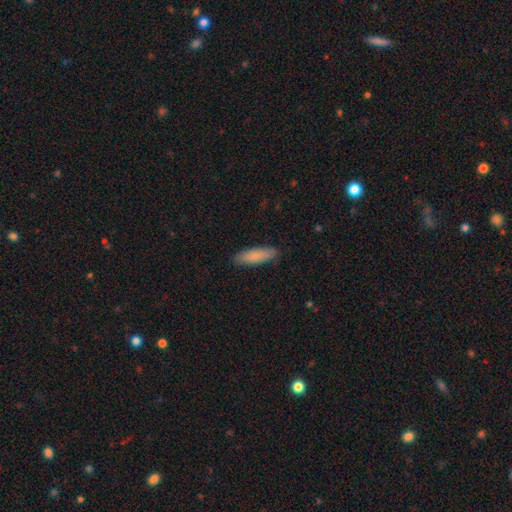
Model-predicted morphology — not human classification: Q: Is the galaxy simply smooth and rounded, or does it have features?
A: smooth — 85%.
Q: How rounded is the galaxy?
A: cigar-shaped — 64%.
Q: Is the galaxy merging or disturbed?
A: none — 88%.